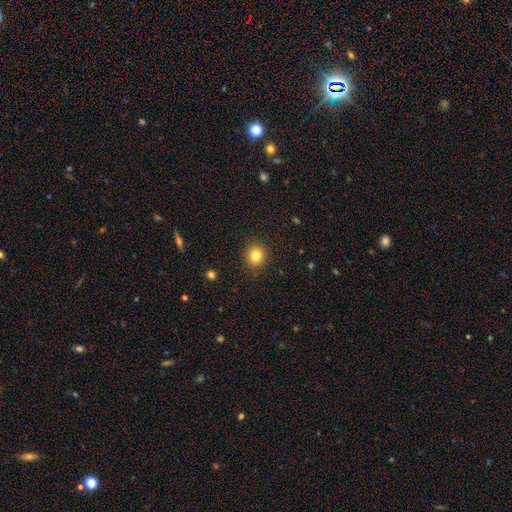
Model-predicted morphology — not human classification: This is clearly a smooth galaxy (82%). How rounded: likely round (79%). Merging: clearly none (90%).